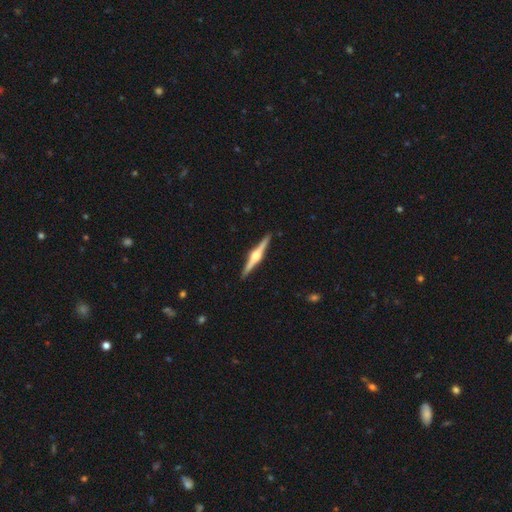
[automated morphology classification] featured or disk 85%, smooth 11%, star or artifact 4%. Down the decision tree: edge-on disk — yes (99%); edge-on bulge — rounded (94%); merging — none (92%).